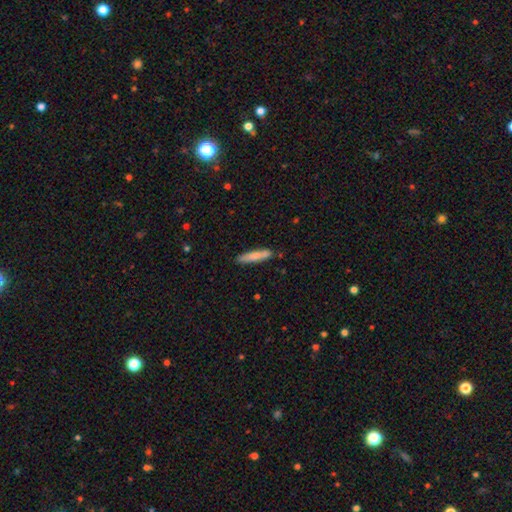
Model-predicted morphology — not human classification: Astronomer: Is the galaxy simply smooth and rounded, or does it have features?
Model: smooth — 73%.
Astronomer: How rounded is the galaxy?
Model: cigar-shaped — 87%.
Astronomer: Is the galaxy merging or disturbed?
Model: none — 76%.